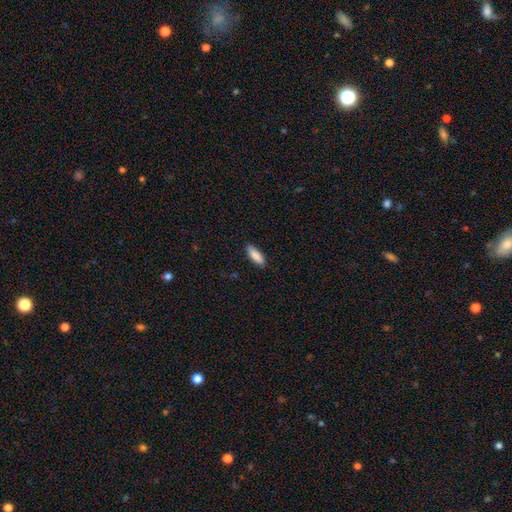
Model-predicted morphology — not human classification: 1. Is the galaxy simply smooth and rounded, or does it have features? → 88% smooth, 6% star or artifact, 6% featured or disk.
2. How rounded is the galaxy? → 63% in between, 36% cigar-shaped, 2% round.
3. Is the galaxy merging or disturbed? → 86% none, 11% minor disturbance, 2% major disturbance, 1% merger.